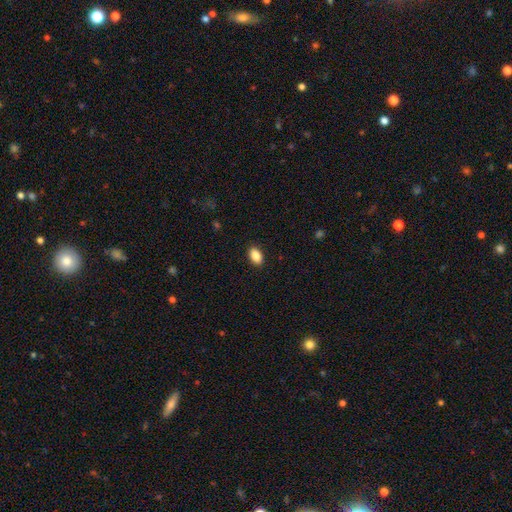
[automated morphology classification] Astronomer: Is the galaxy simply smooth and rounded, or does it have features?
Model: smooth — 88%.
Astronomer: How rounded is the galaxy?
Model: in between — 91%.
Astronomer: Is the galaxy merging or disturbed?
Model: none — 90%.